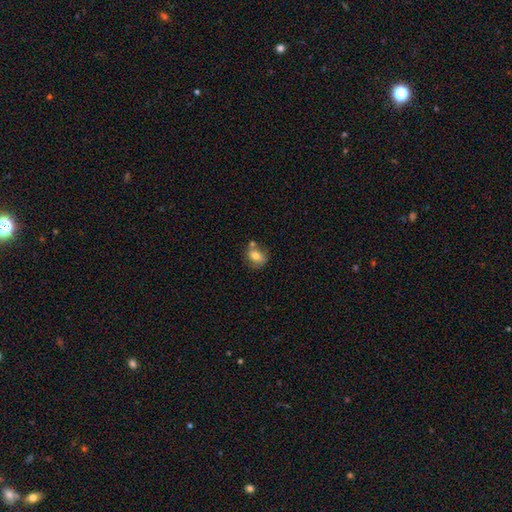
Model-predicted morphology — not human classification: A smooth galaxy with no disk features (70%) that is round (50%).

Vote fractions:
- Smooth or featured? smooth: 70% / featured or disk: 20% / star or artifact: 9%
- How rounded? round: 50% / in between: 48% / cigar-shaped: 2%
- Merging? none: 53% / merger: 23% / minor disturbance: 19% / major disturbance: 6%